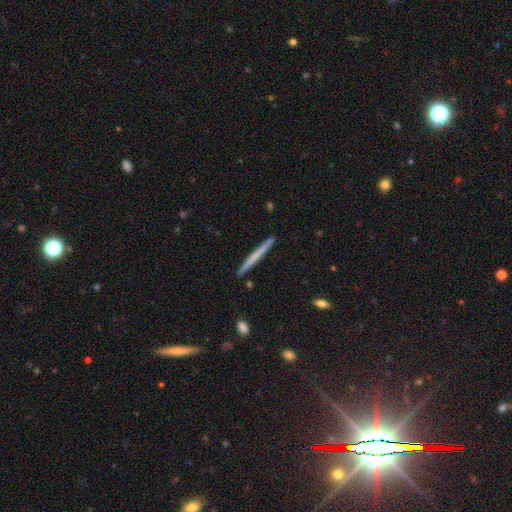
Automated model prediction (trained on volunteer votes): Q: Smooth or featured?
A: smooth (50%); runner-up: featured or disk (44%)
Q: How rounded?
A: cigar-shaped (97%); runner-up: in between (2%)
Q: Merging?
A: none (92%); runner-up: minor disturbance (6%)